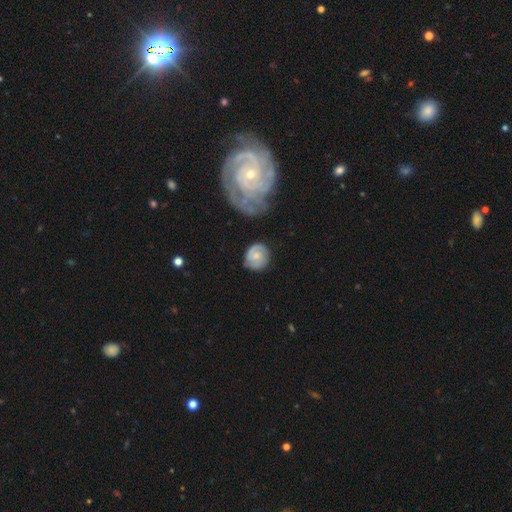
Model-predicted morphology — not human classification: smooth_or_featured: featured or disk (p=0.56) [alt: smooth p=0.37]
disk_edge_on: no (p=0.97) [alt: yes p=0.03]
bar: no (p=0.69) [alt: weak p=0.26]
has_spiral_arms: yes (p=0.87) [alt: no p=0.13]
bulge_size: small (p=0.56) [alt: moderate p=0.36]
merging: none (p=0.74) [alt: minor disturbance p=0.17]